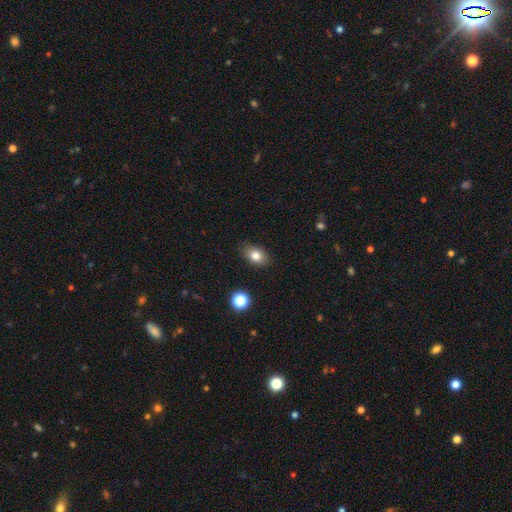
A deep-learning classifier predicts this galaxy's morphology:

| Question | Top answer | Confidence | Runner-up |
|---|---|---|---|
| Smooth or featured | smooth | 80% | featured or disk (10%) |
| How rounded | in between | 79% | round (19%) |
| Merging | none | 85% | minor disturbance (11%) |